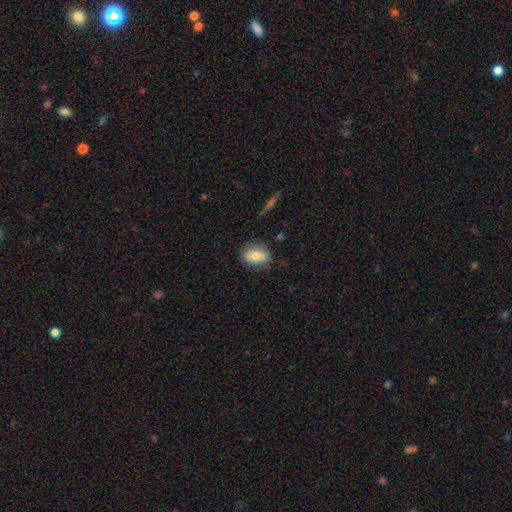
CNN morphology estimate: Q: Smooth or featured?
A: smooth (73%); runner-up: featured or disk (18%)
Q: How rounded?
A: in between (76%); runner-up: round (21%)
Q: Merging?
A: none (74%); runner-up: minor disturbance (19%)